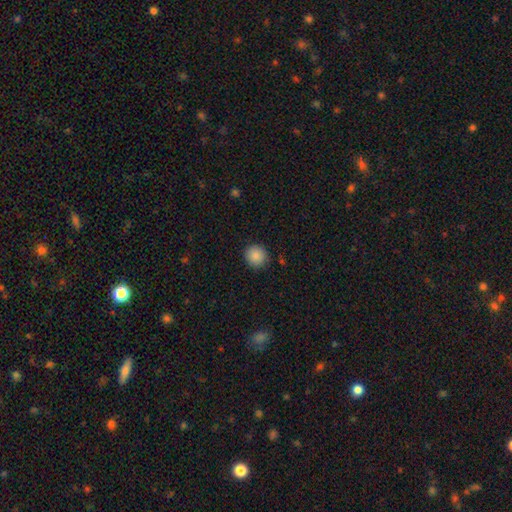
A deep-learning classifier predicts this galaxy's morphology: This is clearly a smooth galaxy (88%). How rounded: clearly round (93%). Merging: clearly none (91%).